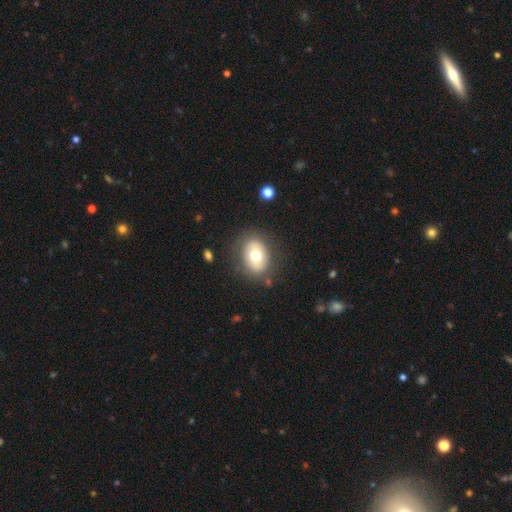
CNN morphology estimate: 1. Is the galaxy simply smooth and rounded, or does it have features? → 66% smooth, 26% featured or disk, 8% star or artifact.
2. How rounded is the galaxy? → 68% in between, 31% round, 1% cigar-shaped.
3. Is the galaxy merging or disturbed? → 80% none, 13% minor disturbance, 5% major disturbance, 2% merger.